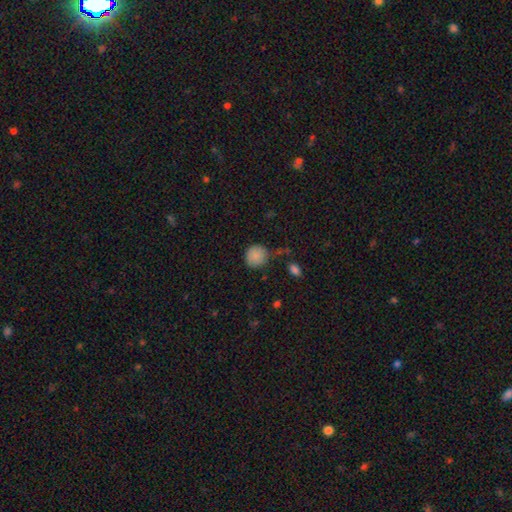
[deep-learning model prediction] Morphology: type=smooth (87%); roundness=round (89%); merging=none (71%).